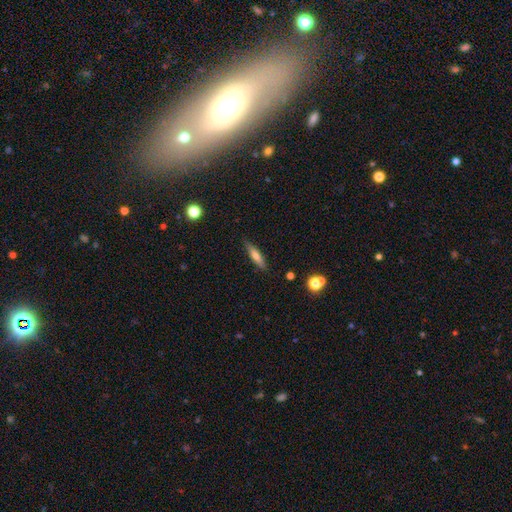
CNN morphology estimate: A smooth galaxy with no disk features (63%) that is cigar-shaped (77%).

Vote fractions:
- Smooth or featured? smooth: 63% / featured or disk: 29% / star or artifact: 8%
- How rounded? cigar-shaped: 77% / in between: 20% / round: 2%
- Merging? none: 84% / minor disturbance: 12% / major disturbance: 2% / merger: 2%